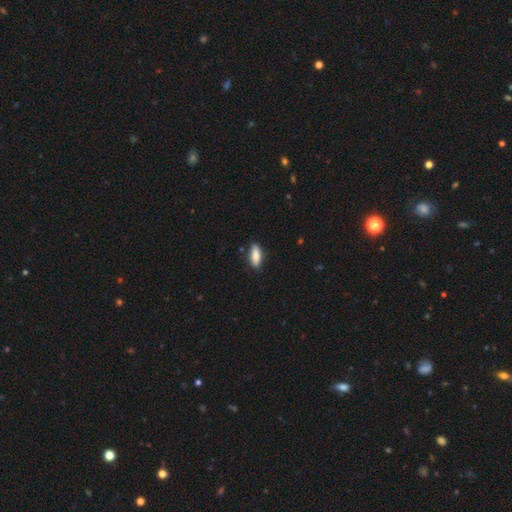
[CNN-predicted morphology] smooth_or_featured: smooth (p=0.83) [alt: featured or disk p=0.11]
how_rounded: in between (p=0.69) [alt: cigar-shaped p=0.29]
merging: none (p=0.82) [alt: minor disturbance p=0.14]